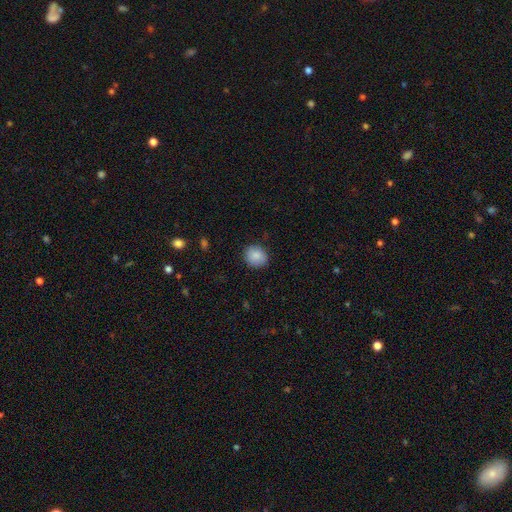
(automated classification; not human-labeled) smooth-or-featured: smooth: 86% | star or artifact: 8% | featured or disk: 6%
  how-rounded: round: 78% | in between: 21% | cigar-shaped: 1%
  merging: none: 86% | minor disturbance: 11% | major disturbance: 2% | merger: 1%